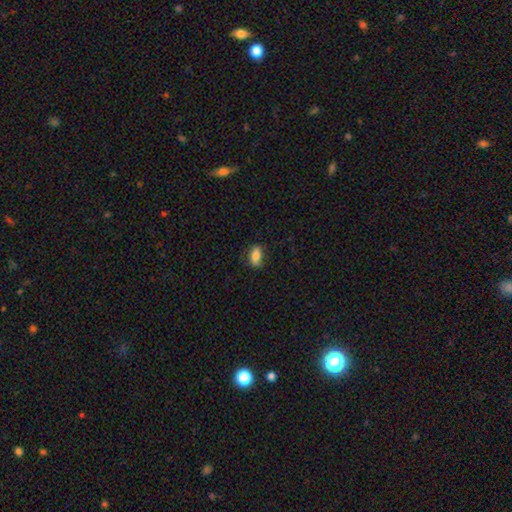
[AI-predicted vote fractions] A smooth galaxy with no disk features (79%) that is in between round and cigar-shaped (87%).

Vote fractions:
- Smooth or featured? smooth: 79% / featured or disk: 13% / star or artifact: 8%
- How rounded? in between: 87% / round: 7% / cigar-shaped: 6%
- Merging? none: 76% / minor disturbance: 18% / major disturbance: 4% / merger: 1%